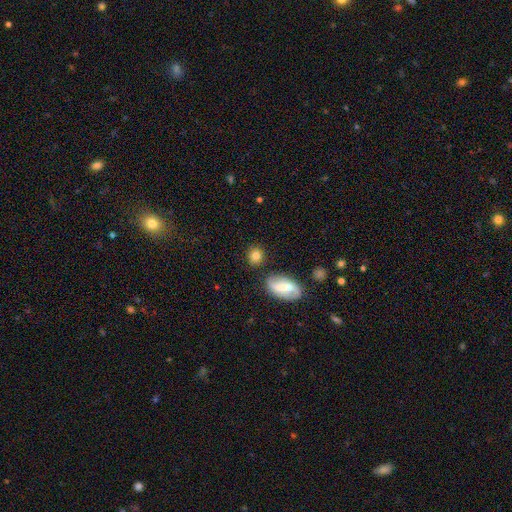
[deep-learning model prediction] This is likely a smooth galaxy (79%). How rounded: likely round (70%). Merging: clearly none (82%).